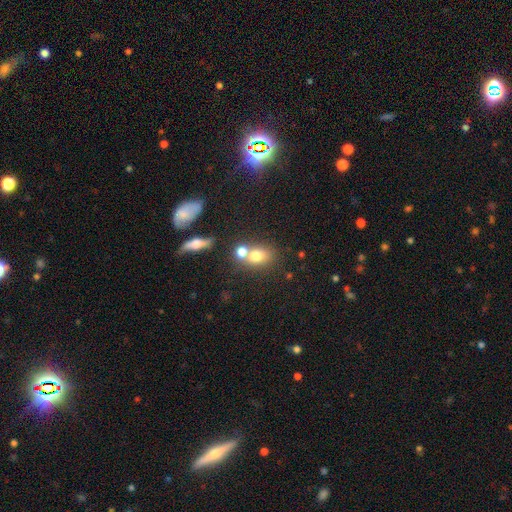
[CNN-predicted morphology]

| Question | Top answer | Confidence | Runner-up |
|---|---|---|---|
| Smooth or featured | smooth | 71% | featured or disk (16%) |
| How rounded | in between | 55% | round (43%) |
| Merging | none | 43% | merger (41%) |